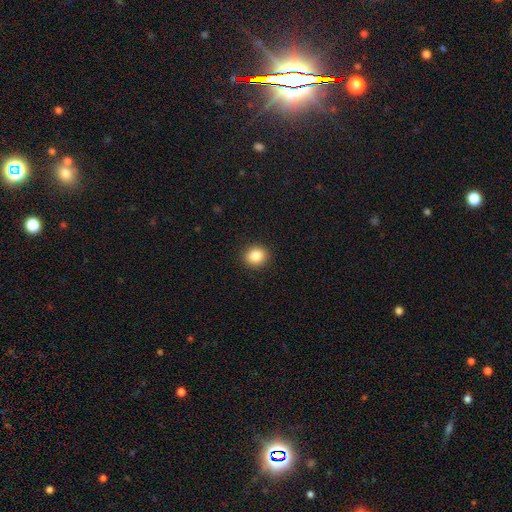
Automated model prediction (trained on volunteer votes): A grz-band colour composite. It shows a smooth galaxy with no disk features (86%) that is round (78%). Merging: none (91%).